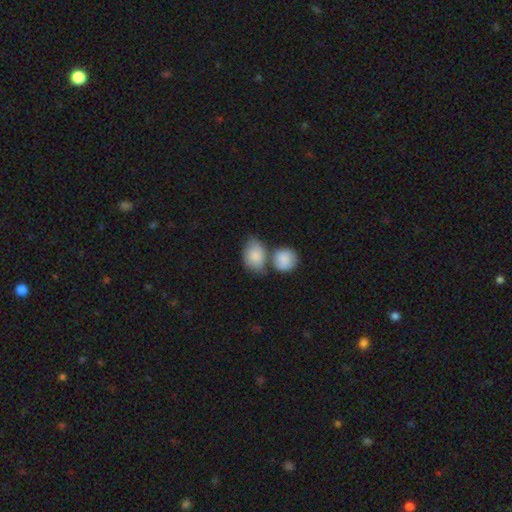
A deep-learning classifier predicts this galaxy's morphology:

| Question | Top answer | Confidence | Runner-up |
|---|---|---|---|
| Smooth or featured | smooth | 84% | featured or disk (11%) |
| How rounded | in between | 78% | round (21%) |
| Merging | merger | 41% | none (38%) |